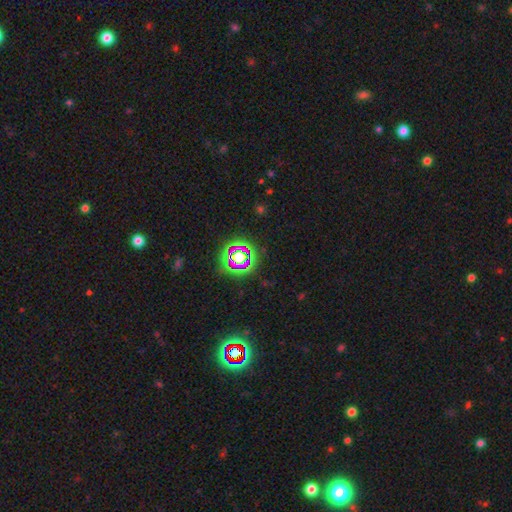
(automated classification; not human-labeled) smooth-or-featured: star or artifact: 75% | smooth: 16% | featured or disk: 10%